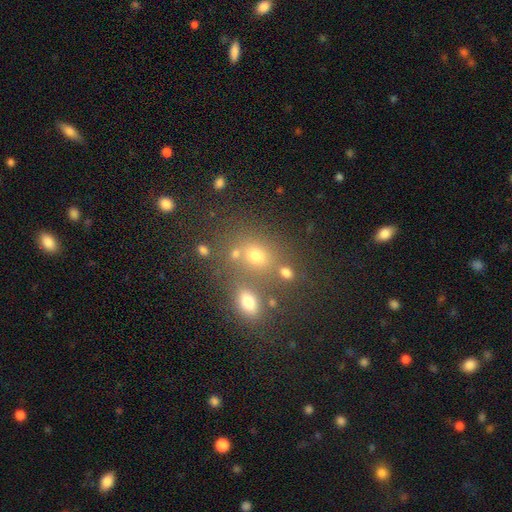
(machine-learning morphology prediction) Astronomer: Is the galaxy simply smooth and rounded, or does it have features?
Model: smooth — 65%.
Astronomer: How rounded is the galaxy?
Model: round — 52% (runner-up: in between, 46%).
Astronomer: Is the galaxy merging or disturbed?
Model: none — 52% (runner-up: merger, 31%).